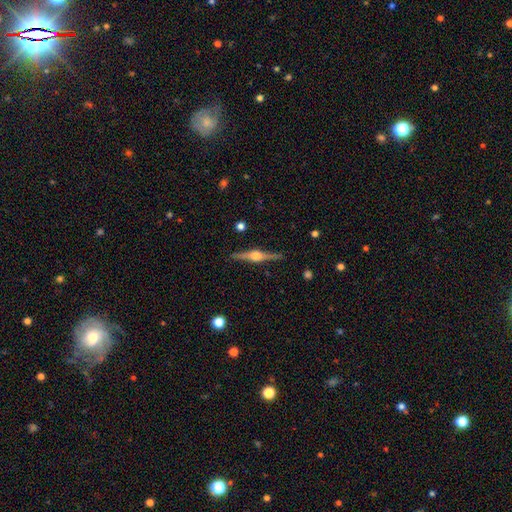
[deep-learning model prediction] A featured or disk galaxy (84%) viewed edge-on (98%) with a rounded central bulge (92%). Merging: none (90%).